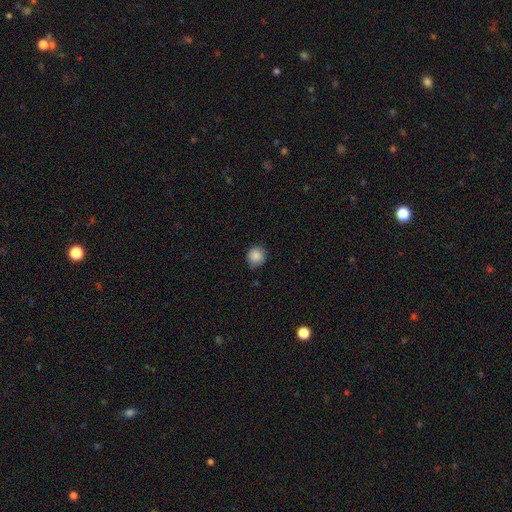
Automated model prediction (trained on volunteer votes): This appears to be a smooth galaxy with no disk features (87%) that is round (92%). Merging: none (79%).